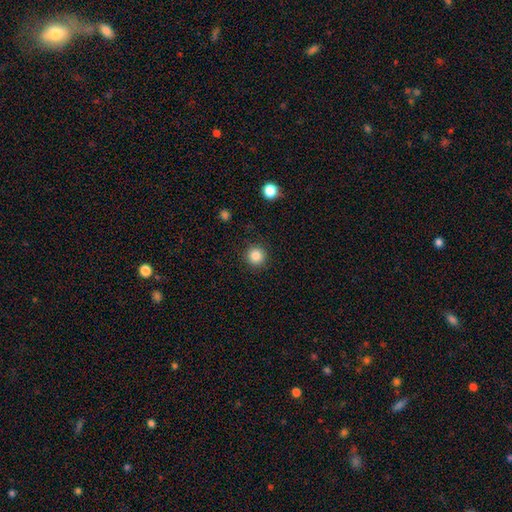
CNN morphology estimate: This is clearly a smooth galaxy (86%). How rounded: clearly round (95%). Merging: clearly none (91%).